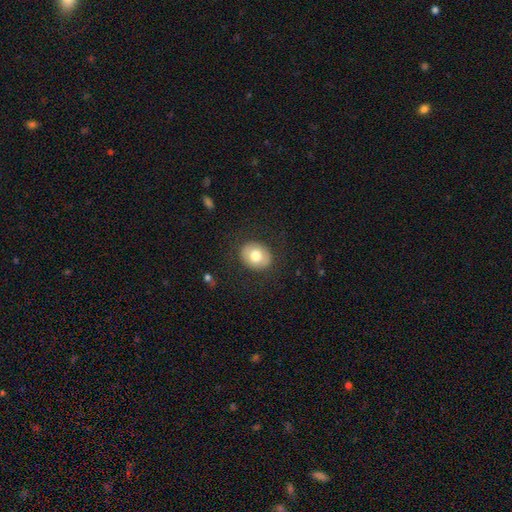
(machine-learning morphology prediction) Smooth or featured?
  - smooth: 72% *
  - featured or disk: 20%
  - star or artifact: 7%
How rounded?
  - round: 61% *
  - in between: 38%
  - cigar-shaped: 1%
Merging?
  - none: 85% *
  - minor disturbance: 10%
  - major disturbance: 4%
  - merger: 1%